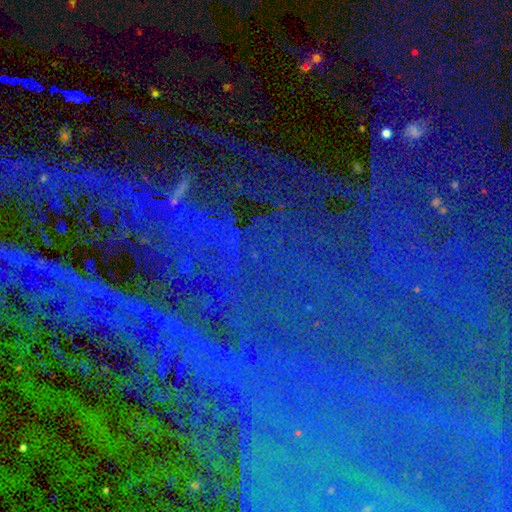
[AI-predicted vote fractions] Smooth or featured?
  - star or artifact: 86% *
  - featured or disk: 8%
  - smooth: 7%